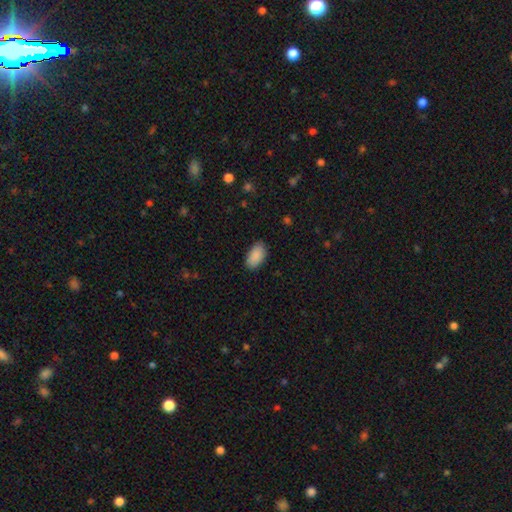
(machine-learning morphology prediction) type=smooth (90%); roundness=in between (95%); merging=none (85%).